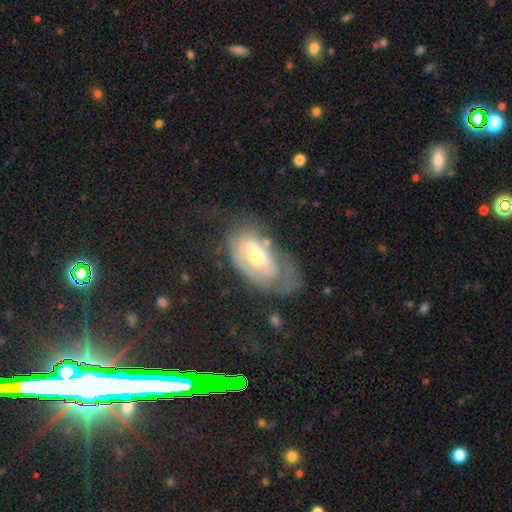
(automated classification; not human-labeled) Smooth or featured? Predicted: featured or disk (p=0.58). Edge-on disk? Predicted: no (p=0.91). Bar? Predicted: no (p=0.51). Spiral arms? Predicted: yes (p=0.59). Bulge size? Predicted: moderate (p=0.61). Merging? Predicted: none (p=0.36).